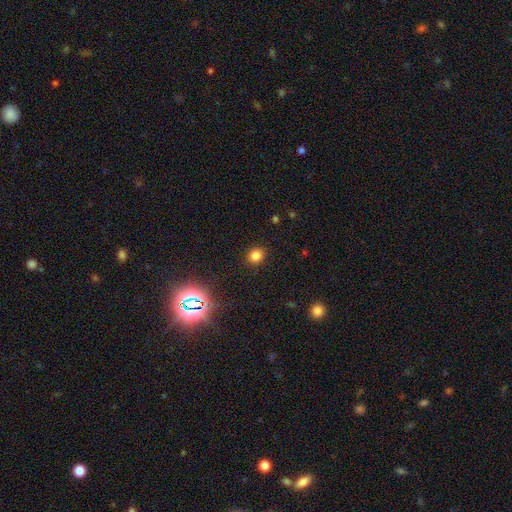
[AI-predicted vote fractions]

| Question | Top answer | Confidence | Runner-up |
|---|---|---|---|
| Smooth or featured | smooth | 79% | star or artifact (16%) |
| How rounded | round | 72% | in between (27%) |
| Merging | none | 90% | minor disturbance (7%) |